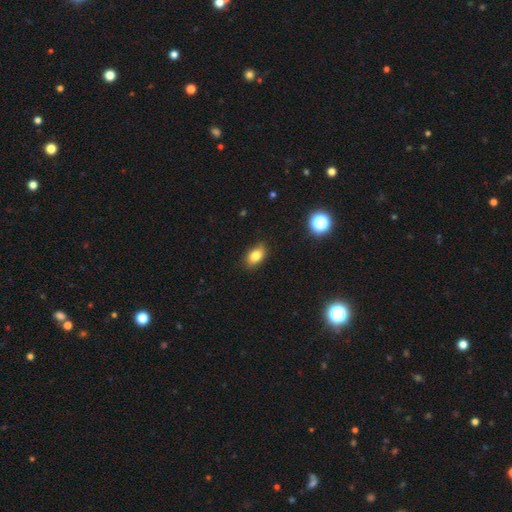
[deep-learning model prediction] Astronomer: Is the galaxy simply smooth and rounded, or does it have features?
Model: smooth — 82%.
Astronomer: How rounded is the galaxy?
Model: in between — 87%.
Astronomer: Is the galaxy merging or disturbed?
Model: none — 85%.